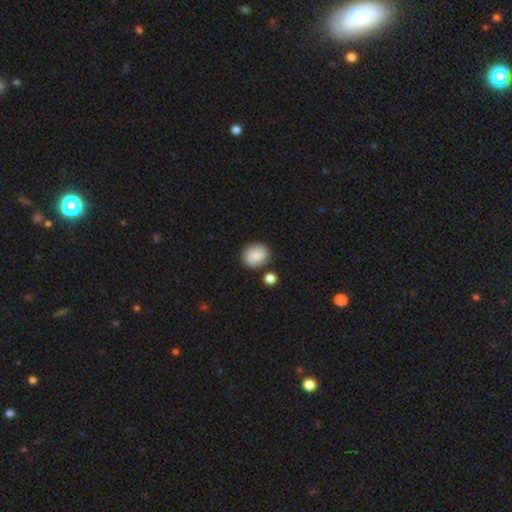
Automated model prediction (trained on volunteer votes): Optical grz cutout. It shows a smooth galaxy with no disk features (74%) that is round (68%). Merging: none (75%).